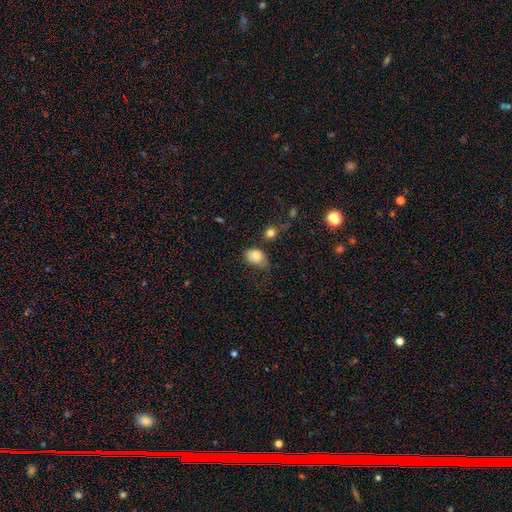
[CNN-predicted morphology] smooth 79%, featured or disk 12%, star or artifact 9%. Down the decision tree: how rounded — in between (66%); merging — none (37%).